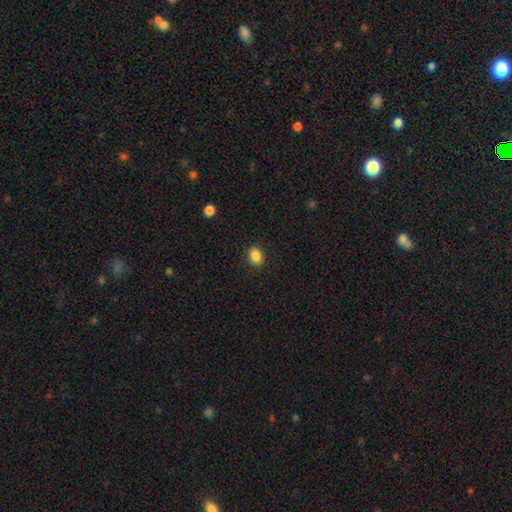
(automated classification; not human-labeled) A smooth galaxy with no disk features (87%) that is in between round and cigar-shaped (57%).

Vote fractions:
- Smooth or featured? smooth: 87% / star or artifact: 9% / featured or disk: 3%
- How rounded? in between: 57% / round: 42% / cigar-shaped: 1%
- Merging? none: 89% / minor disturbance: 8% / major disturbance: 2% / merger: 1%